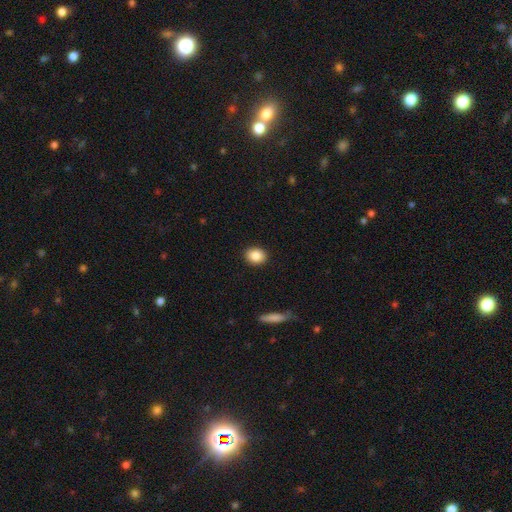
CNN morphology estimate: Smooth or featured: smooth — 86% (star or artifact — 8%)
How rounded: round — 60% (in between — 39%)
Merging: none — 90% (minor disturbance — 7%)